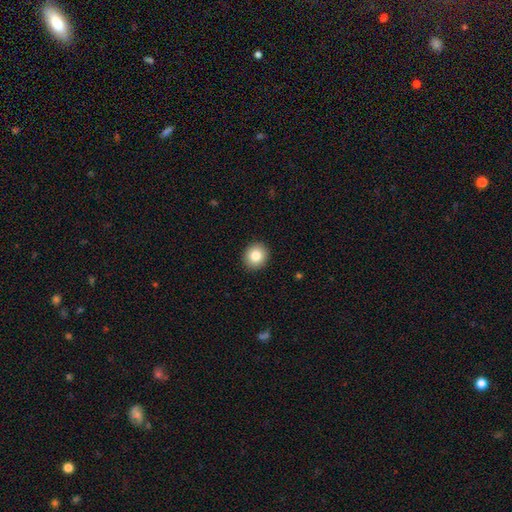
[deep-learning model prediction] smooth_or_featured: smooth (p=0.83) [alt: star or artifact p=0.09]
how_rounded: round (p=0.85) [alt: in between p=0.14]
merging: none (p=0.92) [alt: minor disturbance p=0.05]